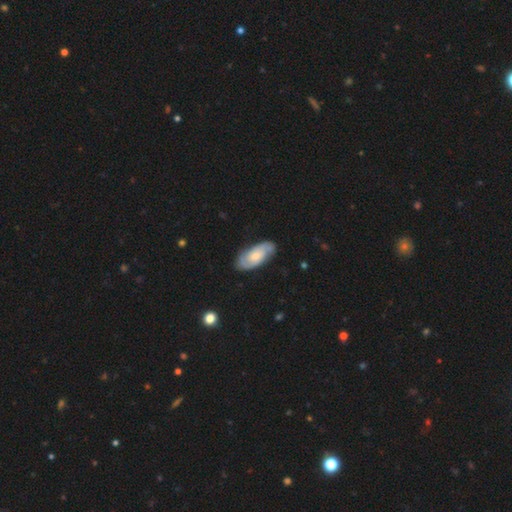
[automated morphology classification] smooth_or_featured: featured or disk (p=0.68) [alt: smooth p=0.27]
disk_edge_on: no (p=0.93) [alt: yes p=0.07]
bar: no (p=0.66) [alt: weak p=0.29]
has_spiral_arms: yes (p=0.90) [alt: no p=0.10]
spiral_winding: tight (p=0.44) [alt: medium p=0.41]
spiral_arm_count: 2 (p=0.81) [alt: can't tell p=0.13]
bulge_size: moderate (p=0.47) [alt: small p=0.38]
merging: none (p=0.78) [alt: minor disturbance p=0.16]